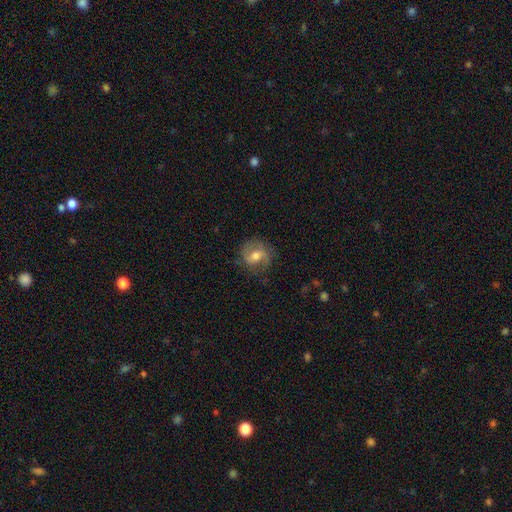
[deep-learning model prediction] A featured or disk galaxy (50%).

Vote fractions:
- Smooth or featured? featured or disk: 50% / smooth: 42% / star or artifact: 9%
- Merging? none: 71% / minor disturbance: 19% / major disturbance: 9% / merger: 1%